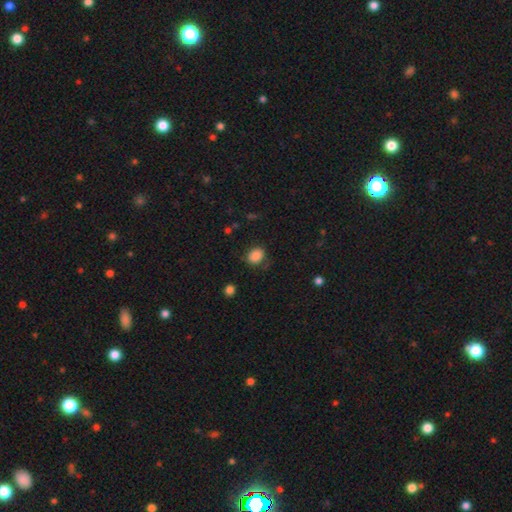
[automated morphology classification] smooth-or-featured: smooth: 85% | star or artifact: 9% | featured or disk: 6%
  how-rounded: in between: 54% | round: 45% | cigar-shaped: 1%
  merging: none: 73% | minor disturbance: 18% | major disturbance: 7% | merger: 2%